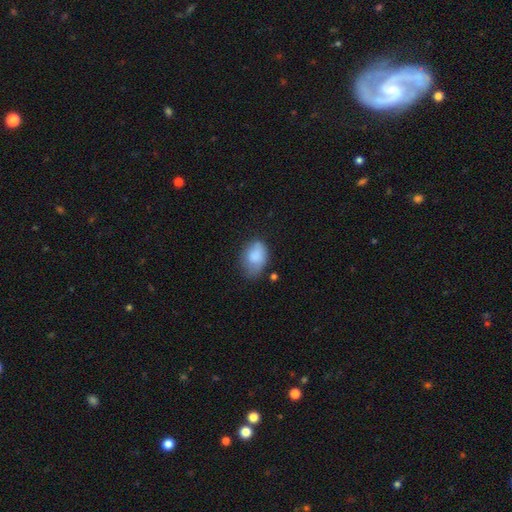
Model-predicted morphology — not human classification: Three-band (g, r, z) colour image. It shows a smooth galaxy with no disk features (82%) that is in between round and cigar-shaped (81%). Merging: none (46%).